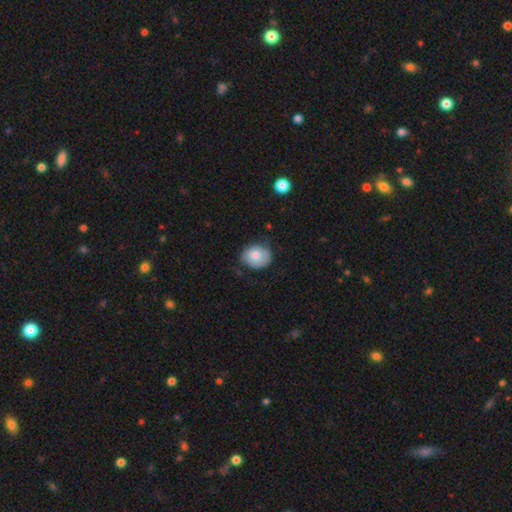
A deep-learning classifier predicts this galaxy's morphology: smooth-or-featured: smooth: 77% | featured or disk: 16% | star or artifact: 7%
  how-rounded: round: 58% | in between: 41% | cigar-shaped: 1%
  merging: none: 62% | minor disturbance: 30% | major disturbance: 6% | merger: 2%